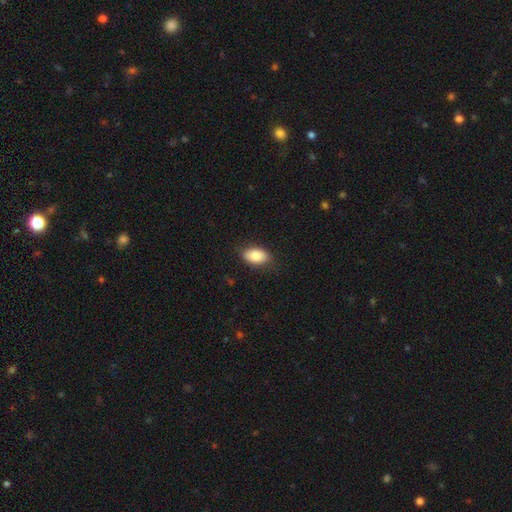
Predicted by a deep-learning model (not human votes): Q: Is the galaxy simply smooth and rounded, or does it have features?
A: smooth — 81%.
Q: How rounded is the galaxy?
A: in between — 91%.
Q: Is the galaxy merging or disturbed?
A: none — 82%.